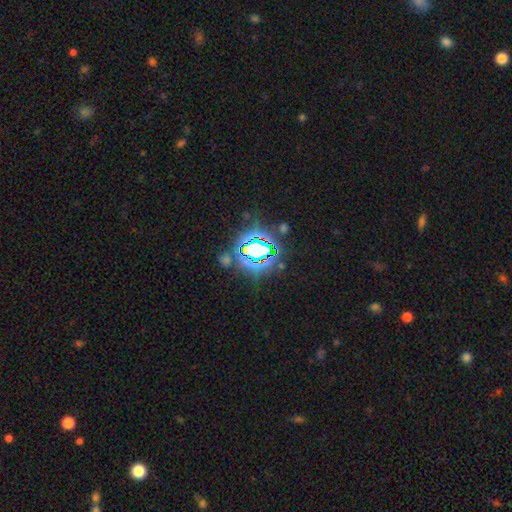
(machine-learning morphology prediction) Smooth or featured? star or artifact (72%)